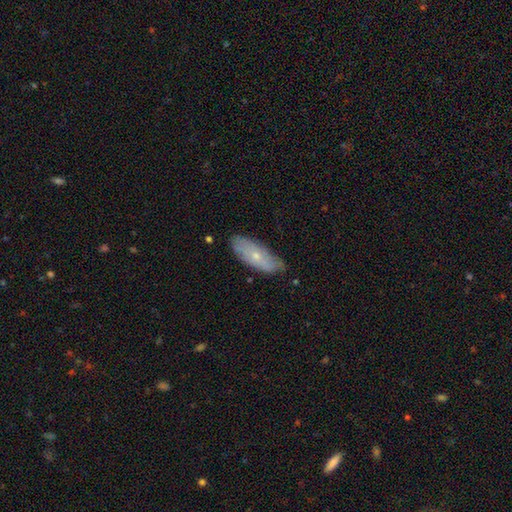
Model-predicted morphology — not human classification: smooth_or_featured: smooth (p=0.50) [alt: featured or disk p=0.42]
how_rounded: in between (p=0.65) [alt: cigar-shaped p=0.32]
merging: none (p=0.79) [alt: minor disturbance p=0.17]